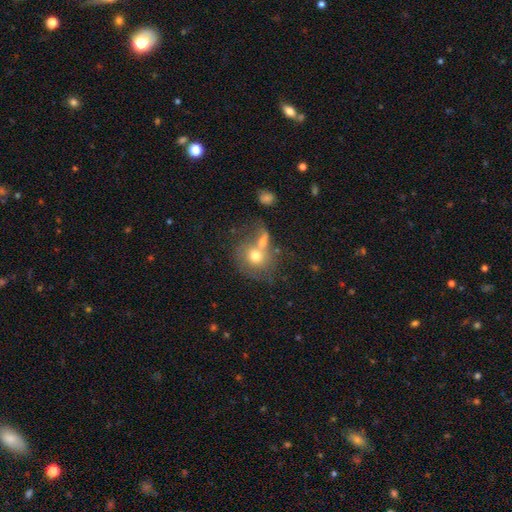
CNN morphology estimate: Smooth or featured? Predicted: smooth (p=0.63). How rounded? Predicted: round (p=0.74). Merging? Predicted: merger (p=0.49).